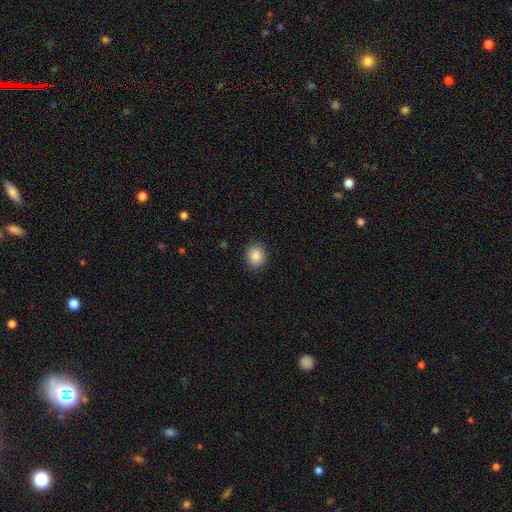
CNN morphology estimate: Overall: smooth (87%). How rounded: round (70%). Merging: none (90%).